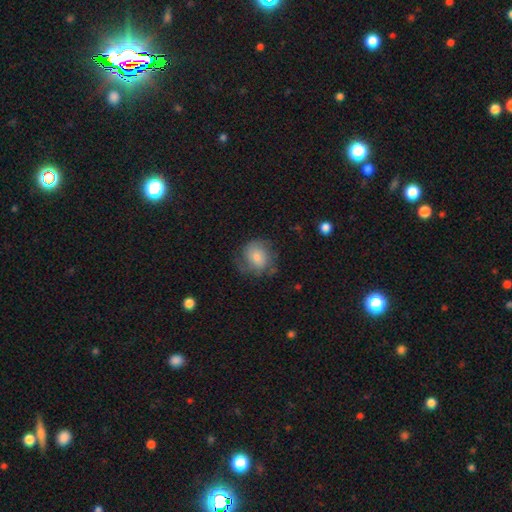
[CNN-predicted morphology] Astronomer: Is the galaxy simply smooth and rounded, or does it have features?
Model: featured or disk — 46% (runner-up: smooth, 45%).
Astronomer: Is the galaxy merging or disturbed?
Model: none — 63%.